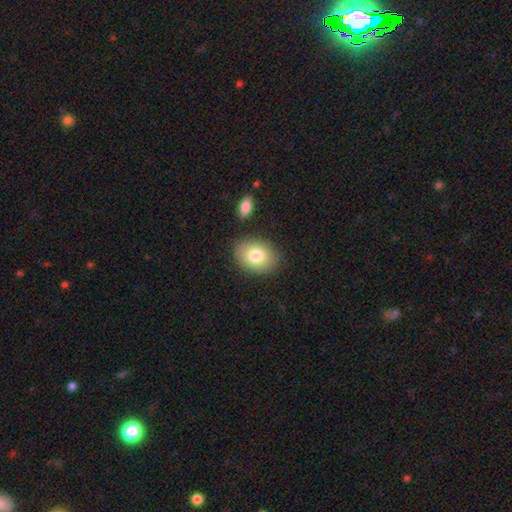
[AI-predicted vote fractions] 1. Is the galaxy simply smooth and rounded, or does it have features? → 80% smooth, 12% featured or disk, 8% star or artifact.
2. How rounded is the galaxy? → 68% in between, 31% round, 1% cigar-shaped.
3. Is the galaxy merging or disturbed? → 83% none, 11% minor disturbance, 3% merger, 3% major disturbance.